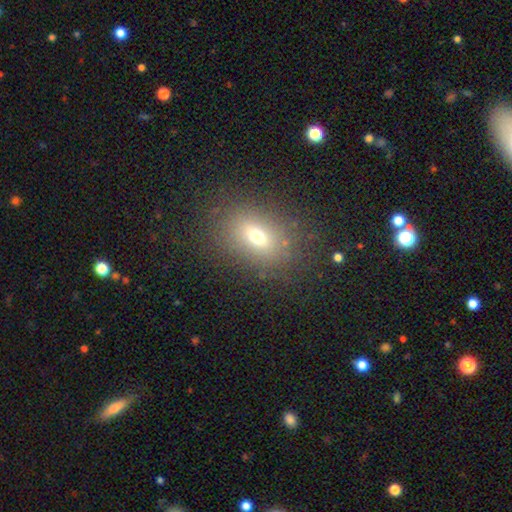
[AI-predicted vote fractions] The model was most divided on "how rounded": in between: 66%, round: 32%, cigar-shaped: 3%. More confident: merging — none (87%); smooth or featured — smooth (62%).